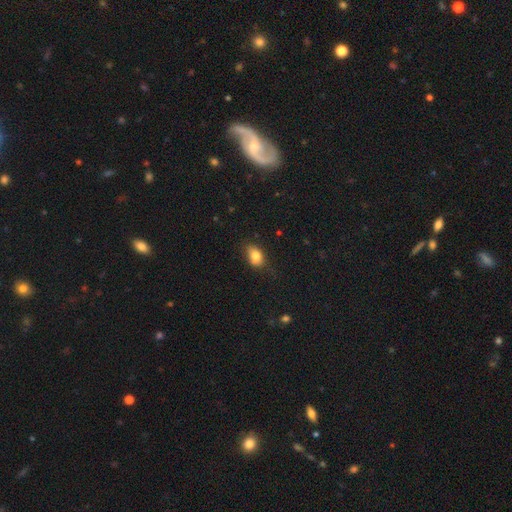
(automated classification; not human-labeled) Smooth or featured: smooth — 81% (featured or disk — 11%)
How rounded: in between — 84% (round — 14%)
Merging: none — 72% (minor disturbance — 22%)